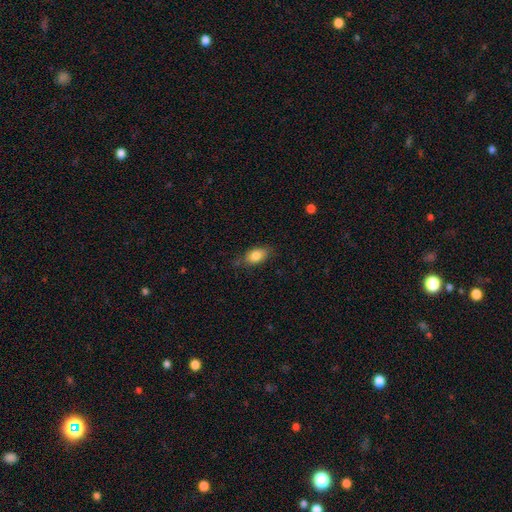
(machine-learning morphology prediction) Q: Smooth or featured?
A: smooth (83%); runner-up: featured or disk (9%)
Q: How rounded?
A: in between (86%); runner-up: round (10%)
Q: Merging?
A: none (74%); runner-up: minor disturbance (20%)